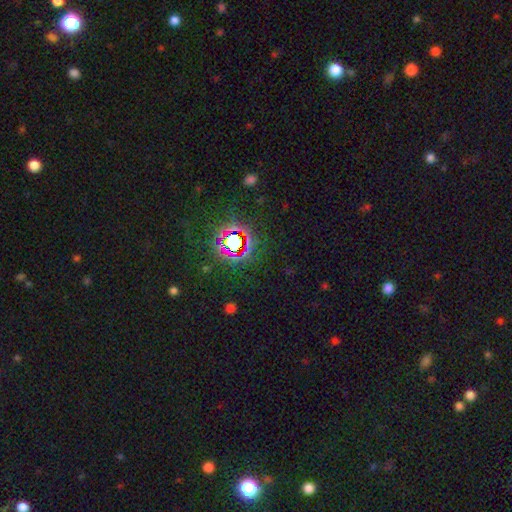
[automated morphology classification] Q: Smooth or featured?
A: star or artifact (79%); runner-up: smooth (12%)